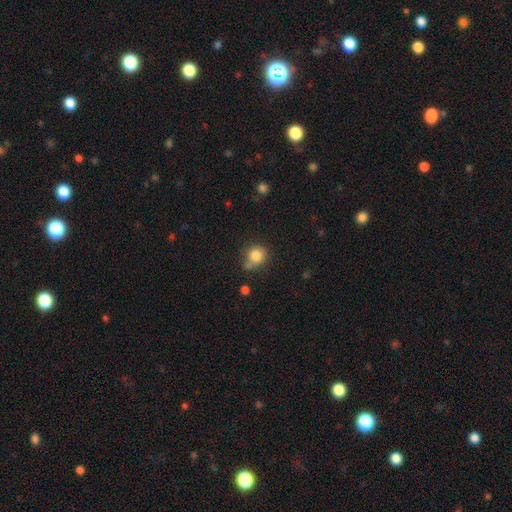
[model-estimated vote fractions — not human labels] The model was most divided on "merging": none: 57%, minor disturbance: 22%, merger: 14%, major disturbance: 7%. More confident: smooth or featured — smooth (83%); how rounded — round (80%).